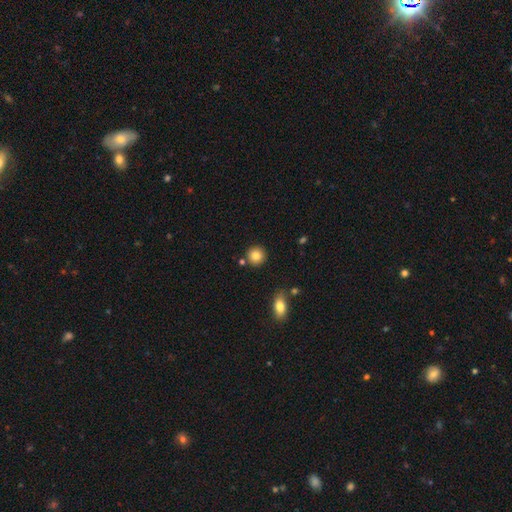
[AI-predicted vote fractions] smooth 83%, star or artifact 9%, featured or disk 8%. Down the decision tree: how rounded — round (92%); merging — none (85%).